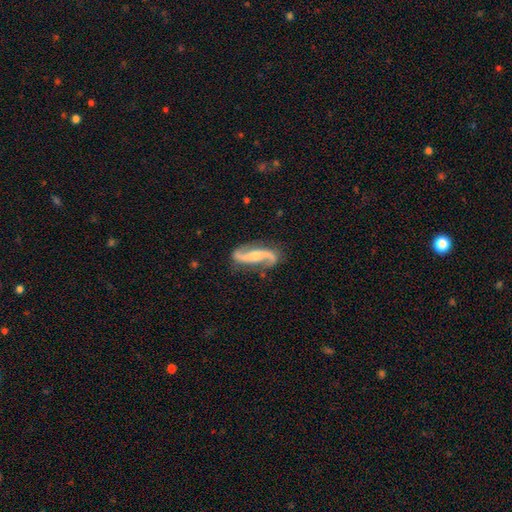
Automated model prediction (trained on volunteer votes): A featured or disk galaxy (90%) with no bar (40%), 2 (94%) loose (71%) spiral arms (97%) and a moderate central bulge (50%).

Vote fractions:
- Smooth or featured? featured or disk: 90% / smooth: 6% / star or artifact: 4%
- Edge-on disk? no: 93% / yes: 7%
- Bar? no: 40% / strong: 30% / weak: 29%
- Spiral arms? yes: 97% / no: 3%
- Spiral winding? loose: 71% / medium: 23% / tight: 7%
- Spiral arm count? 2: 94% / can't tell: 2% / 1: 2% / 3: 1% / 4: 1% / more than 4: 1%
- Bulge size? moderate: 50% / small: 41% / none: 4% / large: 4% / dominant: 1%
- Merging? none: 81% / minor disturbance: 13% / major disturbance: 4% / merger: 2%